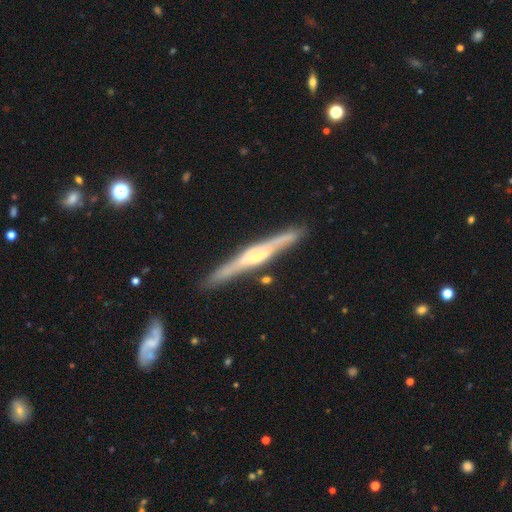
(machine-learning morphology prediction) Q: Smooth or featured?
A: featured or disk (78%); runner-up: smooth (17%)
Q: Edge-on disk?
A: yes (95%); runner-up: no (5%)
Q: Edge-on bulge?
A: rounded (50%); runner-up: boxy (32%)
Q: Merging?
A: none (85%); runner-up: minor disturbance (11%)